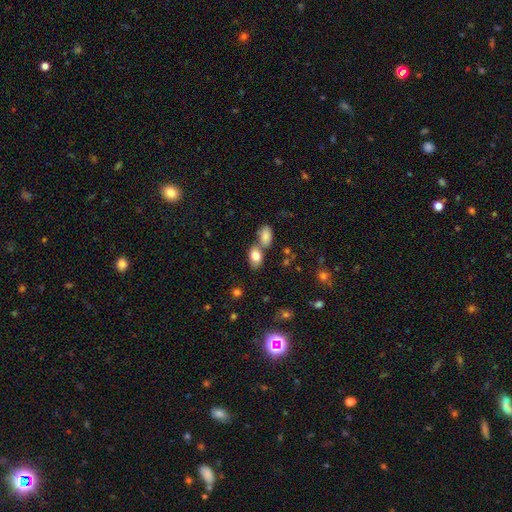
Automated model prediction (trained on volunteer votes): smooth_or_featured: smooth (p=0.82) [alt: featured or disk p=0.10]
how_rounded: in between (p=0.89) [alt: round p=0.09]
merging: none (p=0.49) [alt: merger p=0.36]